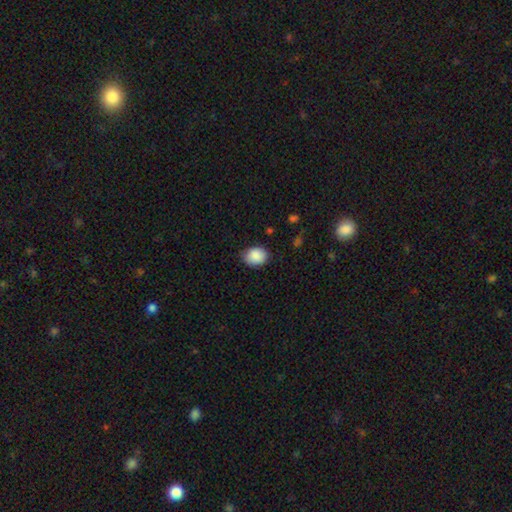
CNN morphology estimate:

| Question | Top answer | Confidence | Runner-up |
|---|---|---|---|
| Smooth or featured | smooth | 89% | star or artifact (8%) |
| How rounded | in between | 53% | round (46%) |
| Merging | none | 80% | minor disturbance (16%) |